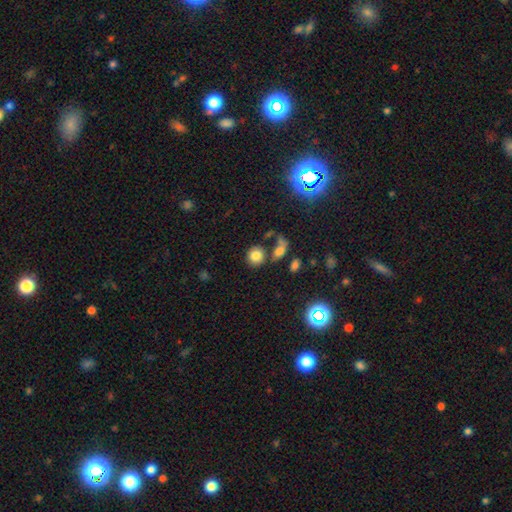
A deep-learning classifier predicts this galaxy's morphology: Overall: smooth (81%). How rounded: round (83%). Merging: none (70%).